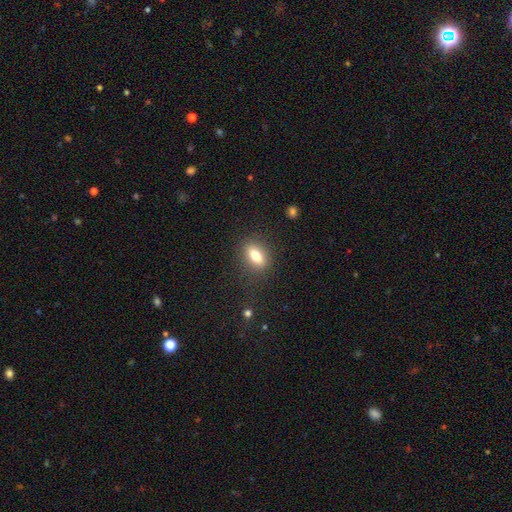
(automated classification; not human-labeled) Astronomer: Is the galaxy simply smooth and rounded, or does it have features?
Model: smooth — 75%.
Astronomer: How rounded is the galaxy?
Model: in between — 77%.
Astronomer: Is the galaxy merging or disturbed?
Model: none — 85%.